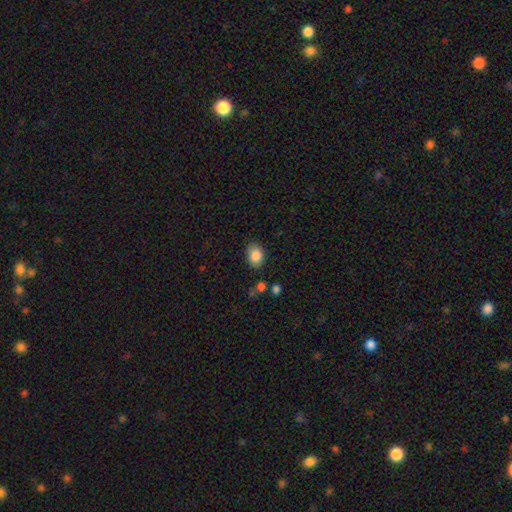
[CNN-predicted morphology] Q: Smooth or featured?
A: smooth (86%); runner-up: star or artifact (8%)
Q: How rounded?
A: in between (76%); runner-up: round (23%)
Q: Merging?
A: none (80%); runner-up: minor disturbance (15%)